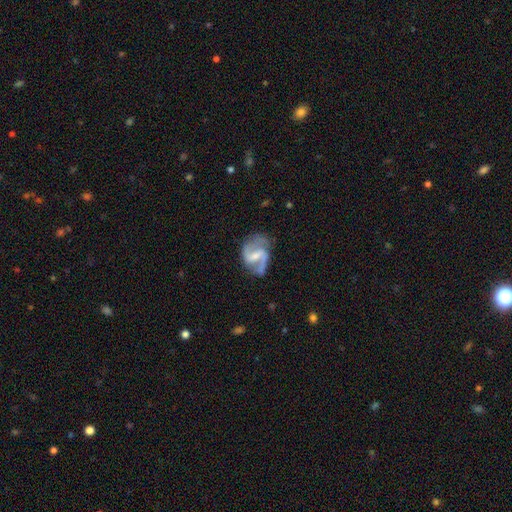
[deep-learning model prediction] Overall: featured or disk (86%). Edge-on disk: no (98%). Bar: weak (49%; strong 38%). Spiral arms: yes (94%). Spiral arm count: 2 (88%). Spiral winding: medium (51%; loose 36%). Bulge size: small (45%; moderate 35%). Merging: none (62%; minor disturbance 22%).